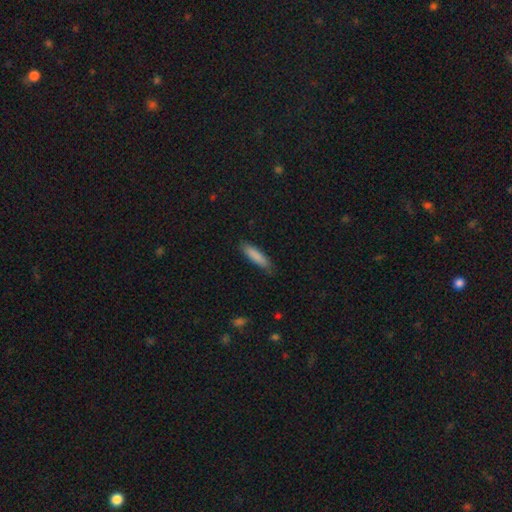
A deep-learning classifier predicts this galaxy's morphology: Q: Smooth or featured?
A: smooth (86%); runner-up: featured or disk (8%)
Q: How rounded?
A: cigar-shaped (74%); runner-up: in between (25%)
Q: Merging?
A: none (79%); runner-up: minor disturbance (17%)